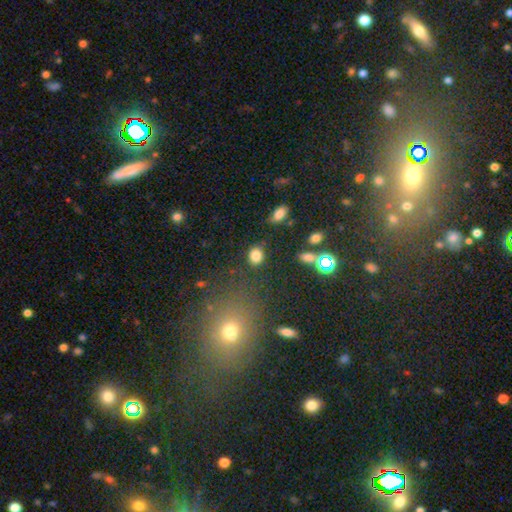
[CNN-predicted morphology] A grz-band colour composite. It shows a smooth galaxy with no disk features (83%) that is round (56%). Merging: none (78%).